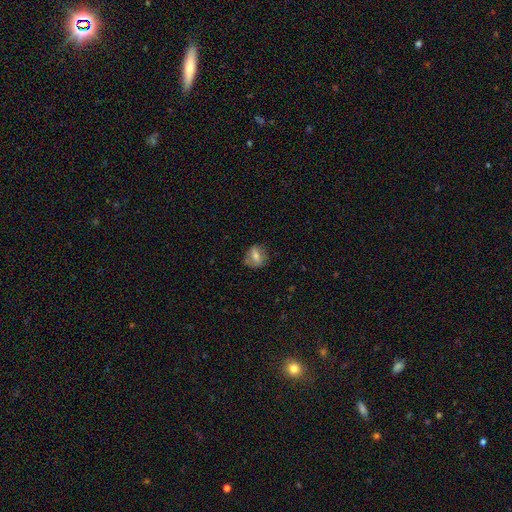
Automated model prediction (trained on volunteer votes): This is likely a smooth galaxy (61%). How rounded: possibly round (58%). Merging: likely none (74%).